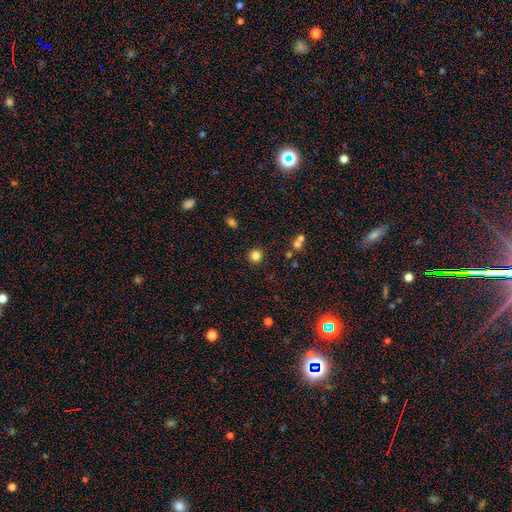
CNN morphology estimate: A smooth galaxy with no disk features (82%) that is round (94%).

Vote fractions:
- Smooth or featured? smooth: 82% / star or artifact: 13% / featured or disk: 5%
- How rounded? round: 94% / in between: 5% / cigar-shaped: 1%
- Merging? none: 89% / minor disturbance: 5% / merger: 3% / major disturbance: 2%